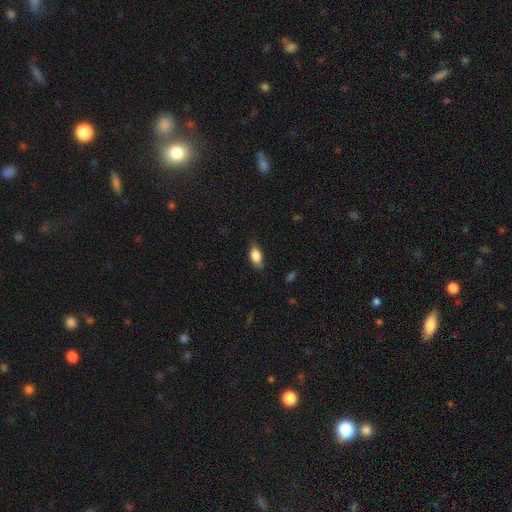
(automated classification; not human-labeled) Smooth or featured: smooth — 79% (featured or disk — 14%)
How rounded: in between — 85% (cigar-shaped — 11%)
Merging: none — 72% (minor disturbance — 23%)